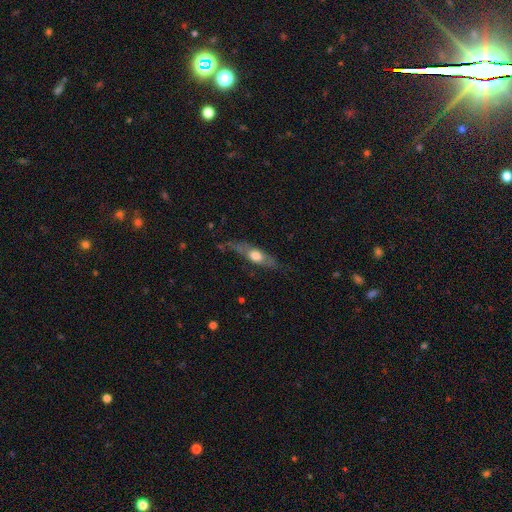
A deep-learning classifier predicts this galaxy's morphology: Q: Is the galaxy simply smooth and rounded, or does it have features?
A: featured or disk — 51%.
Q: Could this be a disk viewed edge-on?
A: yes — 75%.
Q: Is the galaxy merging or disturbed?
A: none — 63%.